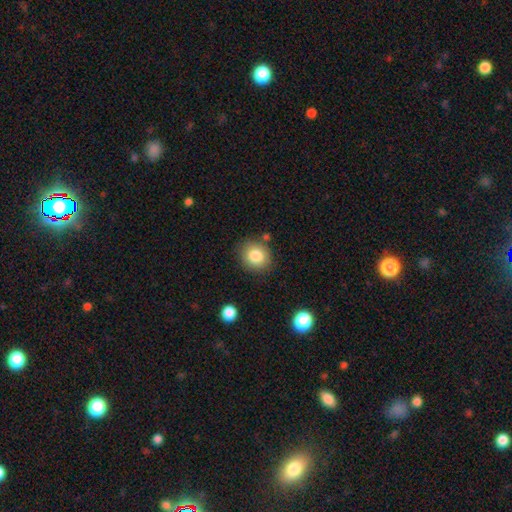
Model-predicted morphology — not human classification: Smooth or featured: smooth — 84% (star or artifact — 9%)
How rounded: round — 78% (in between — 22%)
Merging: none — 82% (minor disturbance — 11%)